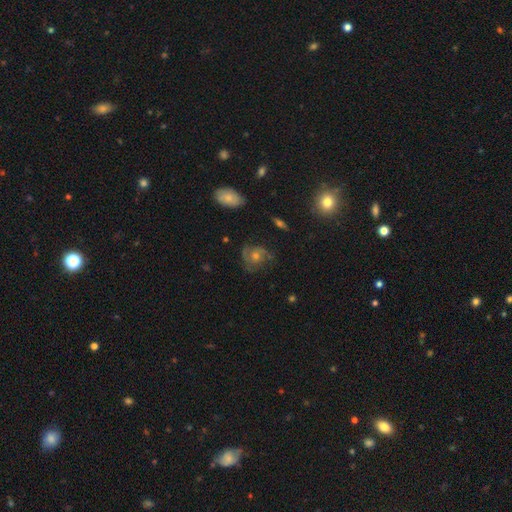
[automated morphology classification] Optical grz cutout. It shows a featured or disk galaxy (68%) with no bar (75%), 2 (37%) tight (46%) spiral arms (91%) and a moderate central bulge (56%). Merging: none (72%).